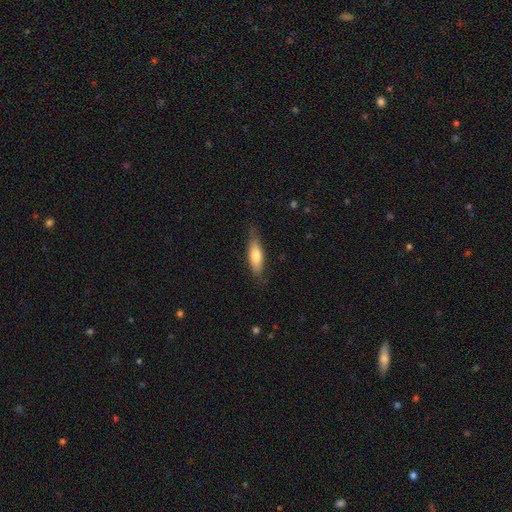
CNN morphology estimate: This appears to be a smooth galaxy with no disk features (70%) that is cigar-shaped (49%, tied with in between). Merging: none (76%).